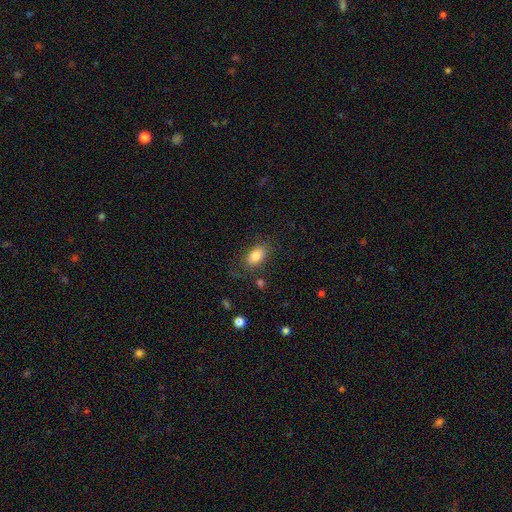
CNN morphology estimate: Smooth or featured?
  - smooth: 83% *
  - featured or disk: 9%
  - star or artifact: 8%
How rounded?
  - in between: 90% *
  - round: 7%
  - cigar-shaped: 3%
Merging?
  - none: 73% *
  - minor disturbance: 16%
  - major disturbance: 8%
  - merger: 3%